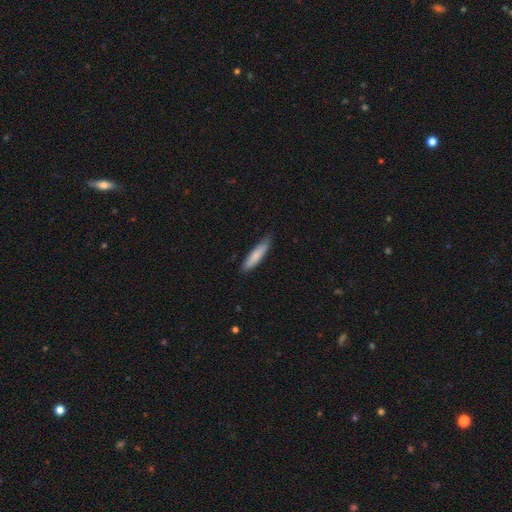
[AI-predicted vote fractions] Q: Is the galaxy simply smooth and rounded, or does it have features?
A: smooth — 80%.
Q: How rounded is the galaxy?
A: cigar-shaped — 80%.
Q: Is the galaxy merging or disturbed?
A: none — 79%.